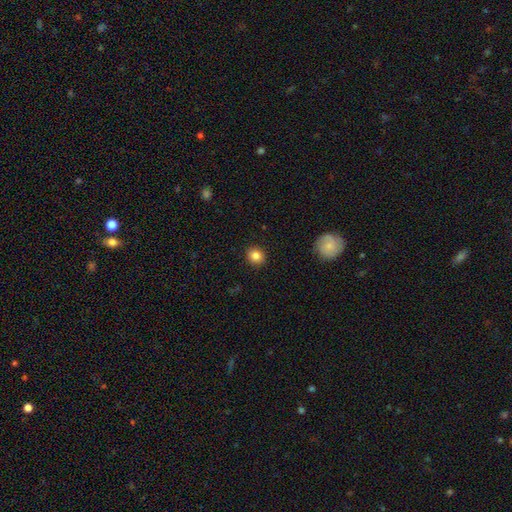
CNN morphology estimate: Overall: smooth (84%). How rounded: round (81%). Merging: none (91%).